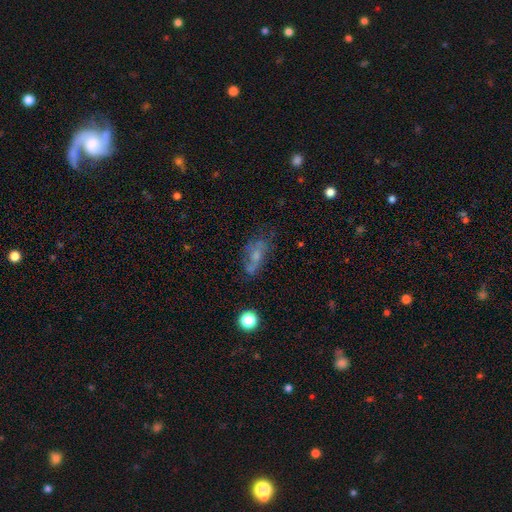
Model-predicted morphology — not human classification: Smooth or featured: featured or disk — 43% (smooth — 40%)
Merging: none — 46% (minor disturbance — 25%)